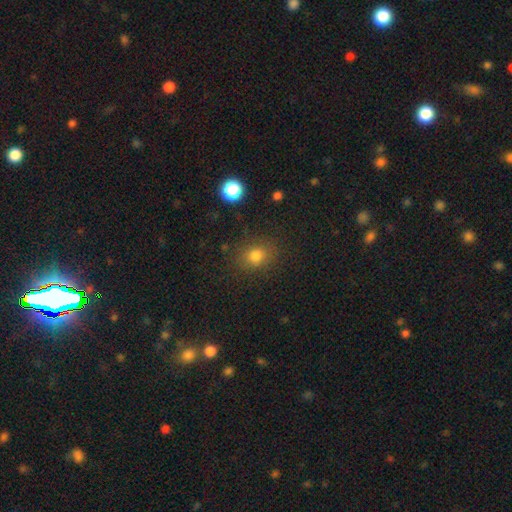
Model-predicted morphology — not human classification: A smooth galaxy with no disk features (77%) that is round (60%). Merging: none (84%).